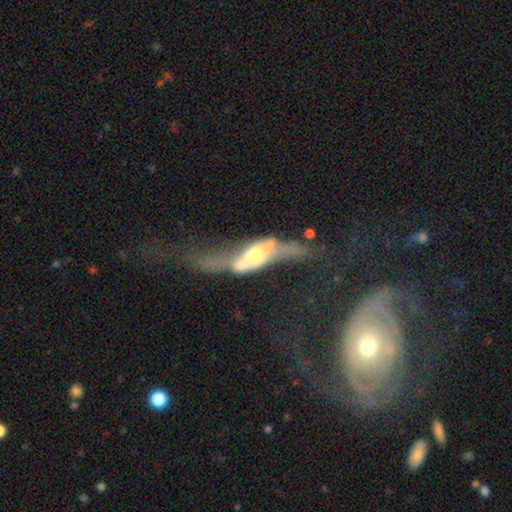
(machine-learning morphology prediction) Smooth or featured? featured or disk (65%)
Edge-on disk? no (51%)
Merging? major disturbance (42%)